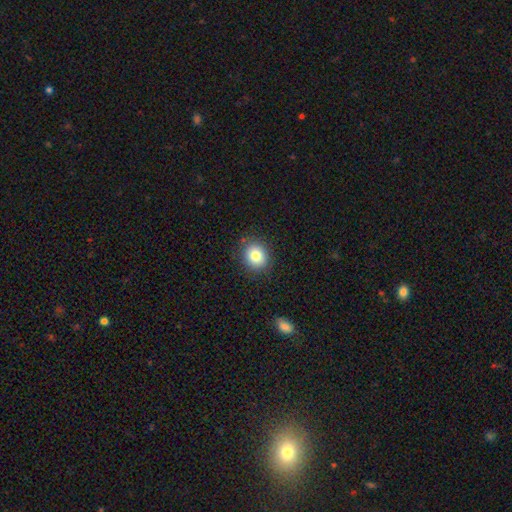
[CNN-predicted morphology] type=smooth (81%); roundness=round (74%); merging=none (88%).